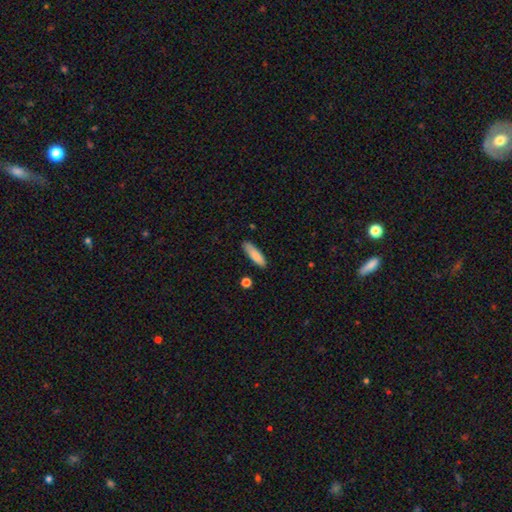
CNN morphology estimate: Smooth or featured?
  - smooth: 85% *
  - featured or disk: 9%
  - star or artifact: 6%
How rounded?
  - cigar-shaped: 57% *
  - in between: 41%
  - round: 2%
Merging?
  - none: 85% *
  - minor disturbance: 11%
  - major disturbance: 2%
  - merger: 2%